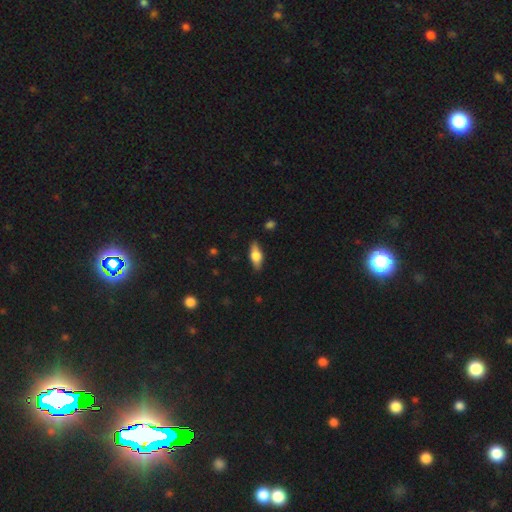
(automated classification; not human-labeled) Morphology: type=smooth (57%); roundness=in between (74%); merging=none (85%).